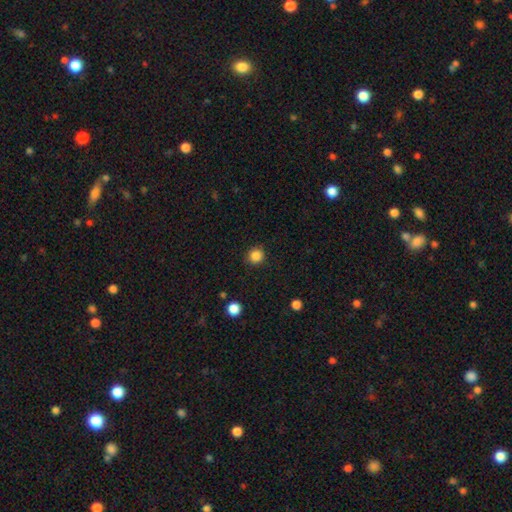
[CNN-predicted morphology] Overall: smooth (86%). How rounded: round (91%). Merging: none (89%).